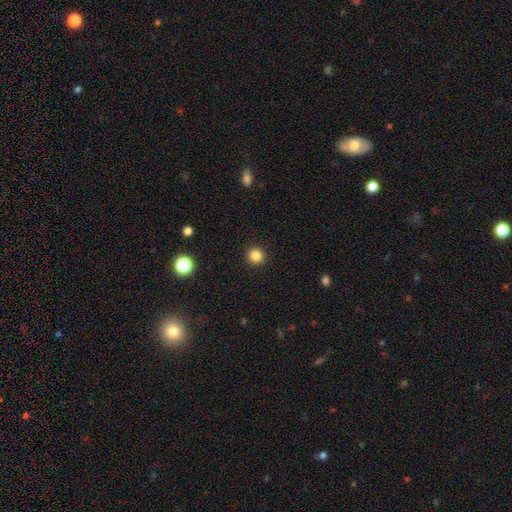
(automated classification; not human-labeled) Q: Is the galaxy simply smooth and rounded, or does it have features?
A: smooth — 84%.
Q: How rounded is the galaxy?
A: round — 90%.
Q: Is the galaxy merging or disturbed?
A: none — 92%.